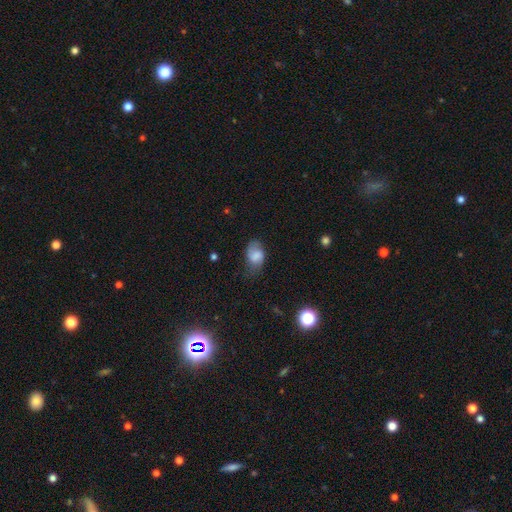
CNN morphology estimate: Smooth or featured?
  - smooth: 64% *
  - featured or disk: 26%
  - star or artifact: 9%
How rounded?
  - in between: 84% *
  - round: 15%
  - cigar-shaped: 2%
Merging?
  - none: 52% *
  - minor disturbance: 32%
  - major disturbance: 14%
  - merger: 2%